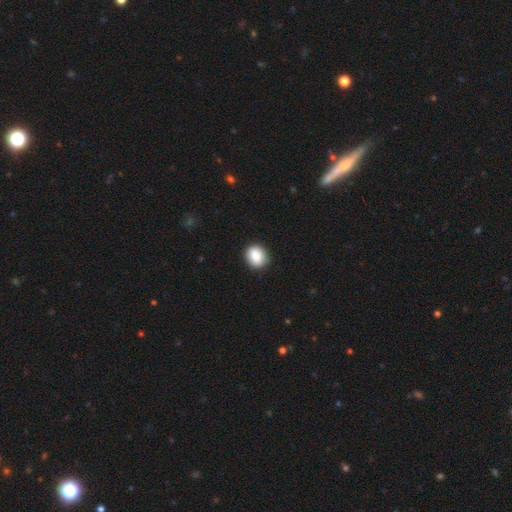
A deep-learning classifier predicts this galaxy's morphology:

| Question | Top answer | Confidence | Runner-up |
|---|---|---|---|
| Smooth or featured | smooth | 85% | star or artifact (8%) |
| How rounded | round | 63% | in between (35%) |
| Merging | none | 88% | minor disturbance (9%) |